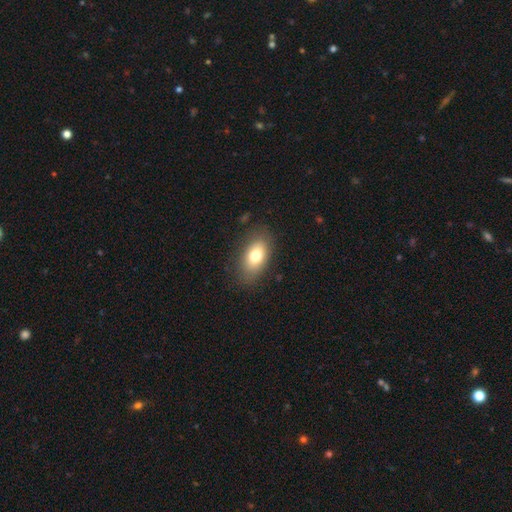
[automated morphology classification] This appears to be a smooth galaxy with no disk features (74%) that is in between round and cigar-shaped (89%). Merging: none (83%).